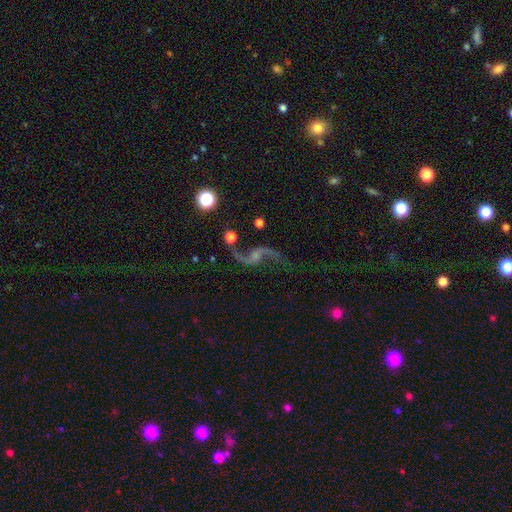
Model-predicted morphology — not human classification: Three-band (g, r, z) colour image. It shows a featured or disk galaxy (86%) with no bar (50%), 2 (93%) loose (90%) spiral arms (96%) and a small central bulge (47%). Merging: none (74%).